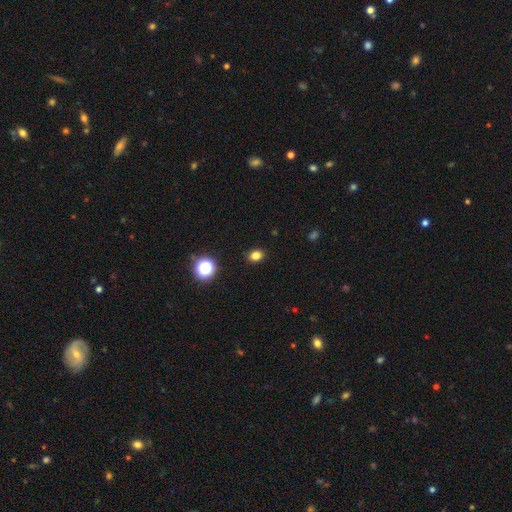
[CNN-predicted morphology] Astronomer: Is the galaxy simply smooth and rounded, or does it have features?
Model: smooth — 80%.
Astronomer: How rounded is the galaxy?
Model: round — 54% (runner-up: in between, 45%).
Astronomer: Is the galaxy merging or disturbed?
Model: none — 90%.